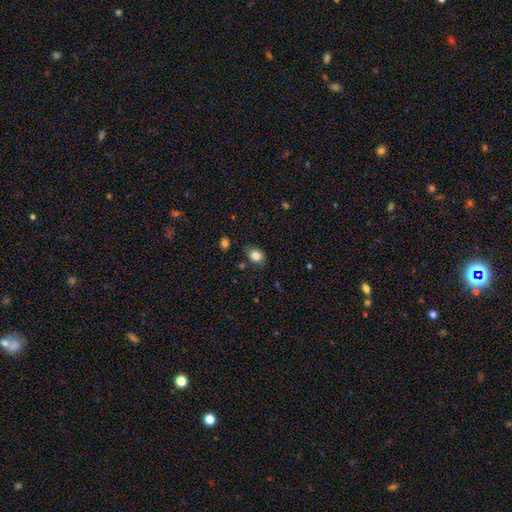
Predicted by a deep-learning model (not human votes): Morphology: type=smooth (83%); roundness=in between (65%); merging=none (75%).